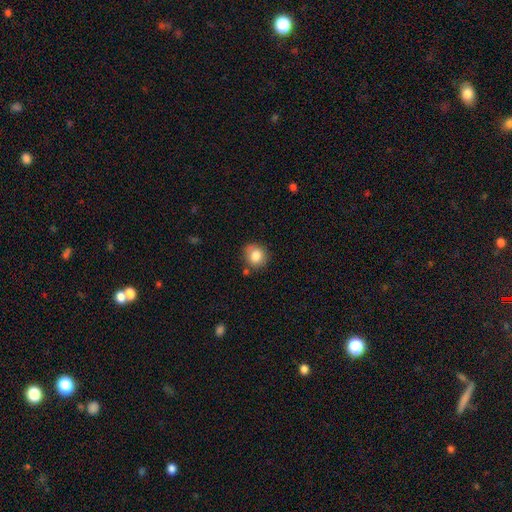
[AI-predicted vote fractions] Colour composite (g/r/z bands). It shows a smooth galaxy with no disk features (83%) that is round (76%). Merging: none (74%).